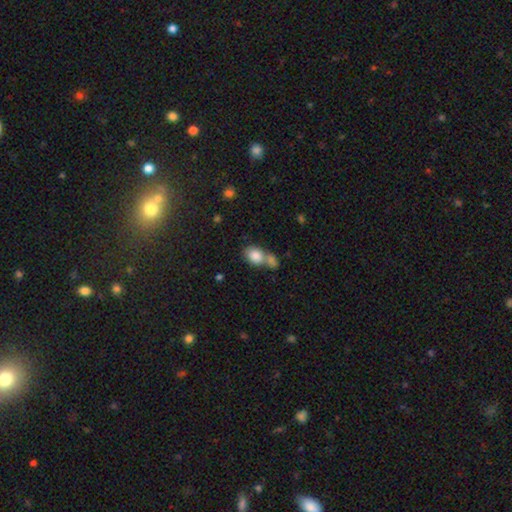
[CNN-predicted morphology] smooth_or_featured: smooth (p=0.84) [alt: featured or disk p=0.08]
how_rounded: in between (p=0.64) [alt: round p=0.35]
merging: merger (p=0.57) [alt: none p=0.31]